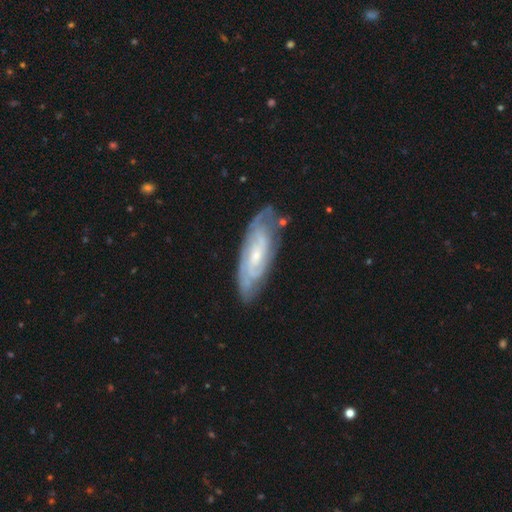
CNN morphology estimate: Smooth or featured: featured or disk — 81% (smooth — 14%)
Edge-on disk: no — 87% (yes — 13%)
Bar: no — 50% (weak — 39%)
Spiral arms: yes — 93% (no — 7%)
Spiral winding: tight — 61% (medium — 31%)
Spiral arm count: can't tell — 38% (2 — 34%)
Bulge size: small — 69% (moderate — 27%)
Merging: none — 75% (minor disturbance — 18%)